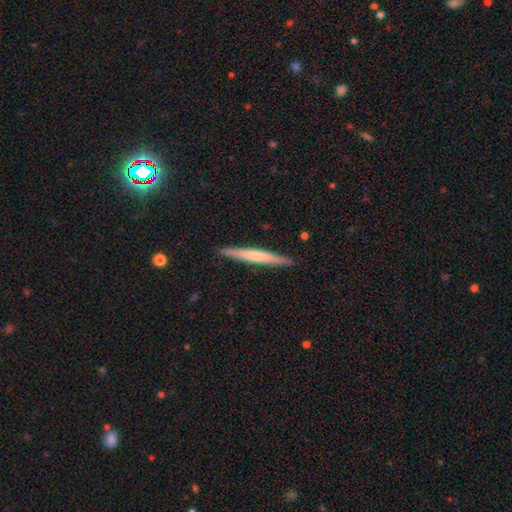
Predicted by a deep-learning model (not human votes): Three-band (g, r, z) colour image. It shows a smooth galaxy with no disk features (51%) that is cigar-shaped (97%). Merging: none (91%).